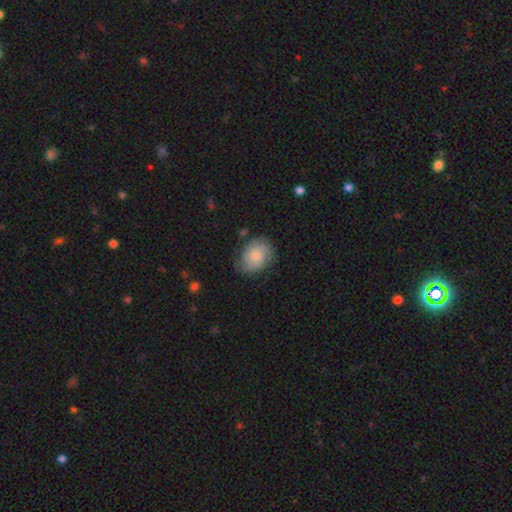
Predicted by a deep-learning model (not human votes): Smooth or featured?
  - smooth: 63% *
  - featured or disk: 30%
  - star or artifact: 7%
How rounded?
  - in between: 56% *
  - round: 43%
  - cigar-shaped: 1%
Merging?
  - none: 67% *
  - minor disturbance: 24%
  - major disturbance: 7%
  - merger: 2%